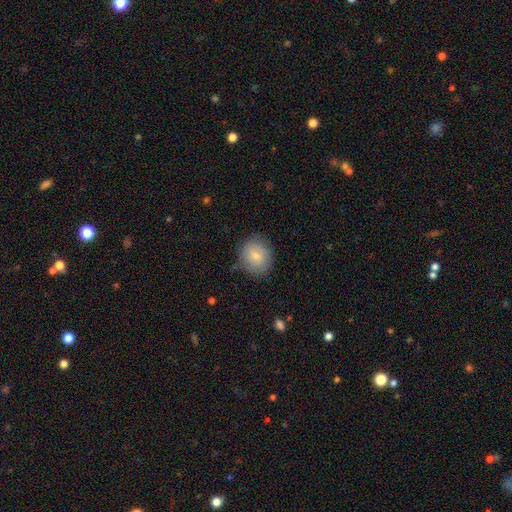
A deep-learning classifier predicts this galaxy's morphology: Smooth or featured?
  - smooth: 79% *
  - featured or disk: 13%
  - star or artifact: 8%
How rounded?
  - round: 76% *
  - in between: 23%
  - cigar-shaped: 1%
Merging?
  - none: 76% *
  - minor disturbance: 18%
  - major disturbance: 5%
  - merger: 2%